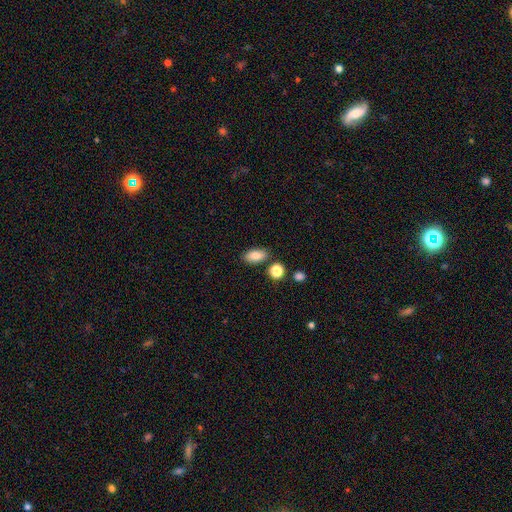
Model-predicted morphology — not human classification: This appears to be a smooth galaxy with no disk features (82%) that is in between round and cigar-shaped (87%). Merging: none (82%).